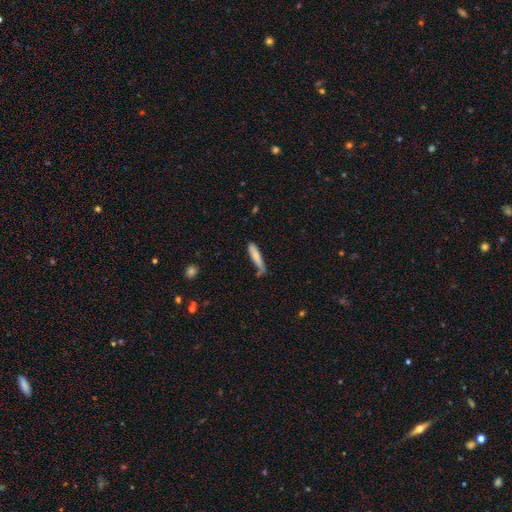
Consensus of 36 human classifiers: Morphology: type=smooth (81%); roundness=cigar-shaped (86%); merging=minor disturbance (51%).